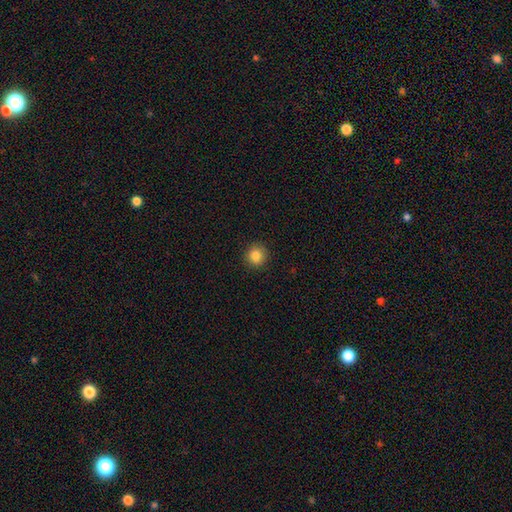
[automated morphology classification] smooth 84%, star or artifact 11%, featured or disk 5%. Down the decision tree: how rounded — round (91%); merging — none (91%).